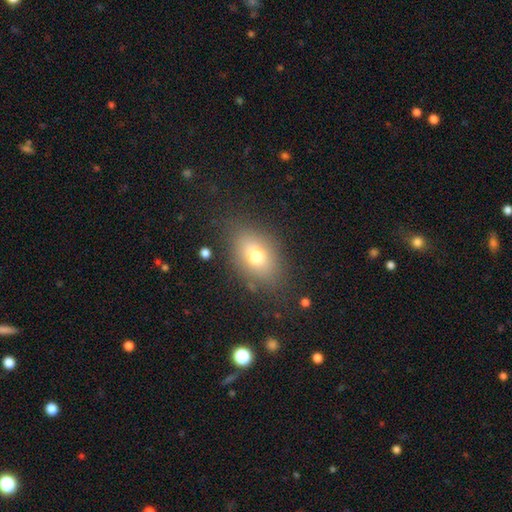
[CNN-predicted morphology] Smooth or featured: smooth — 70% (featured or disk — 17%)
How rounded: in between — 76% (round — 22%)
Merging: none — 77% (minor disturbance — 14%)